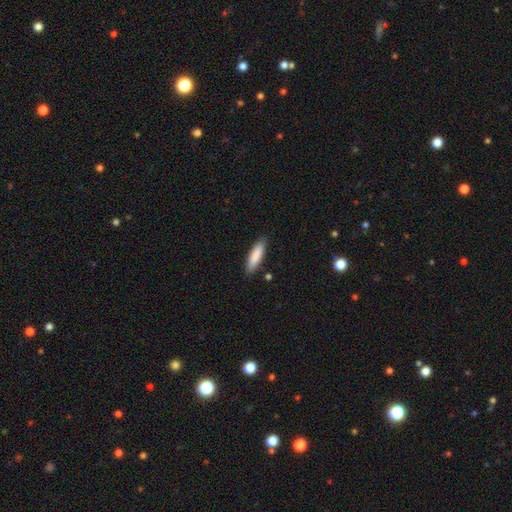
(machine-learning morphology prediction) smooth-or-featured: smooth: 86% | featured or disk: 8% | star or artifact: 6%
  how-rounded: cigar-shaped: 62% | in between: 37% | round: 1%
  merging: none: 85% | minor disturbance: 11% | major disturbance: 2% | merger: 2%